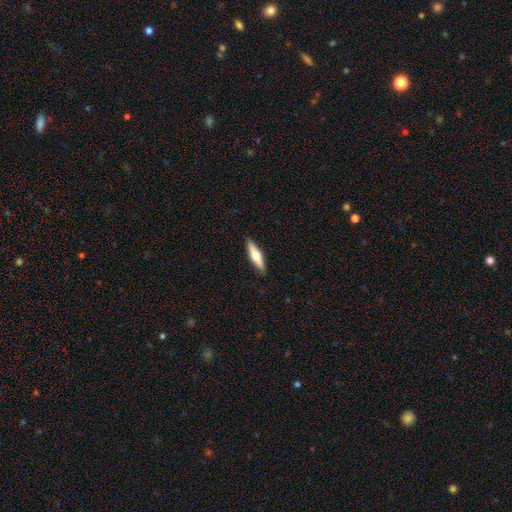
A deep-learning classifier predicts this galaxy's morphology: Smooth or featured? smooth (52%)
How rounded? cigar-shaped (69%)
Merging? none (89%)